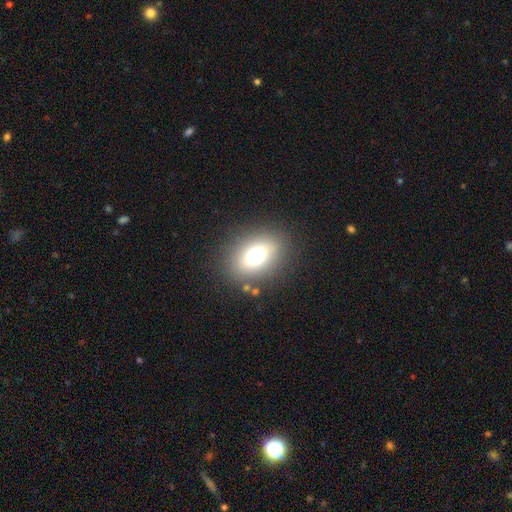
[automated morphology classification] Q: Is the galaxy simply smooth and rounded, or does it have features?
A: smooth — 67%.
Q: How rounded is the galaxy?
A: in between — 61%.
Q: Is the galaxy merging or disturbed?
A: none — 84%.